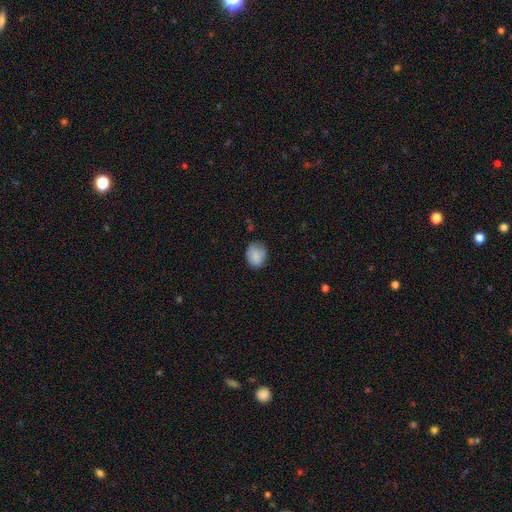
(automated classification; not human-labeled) A smooth galaxy with no disk features (84%) that is round (50%).

Vote fractions:
- Smooth or featured? smooth: 84% / featured or disk: 9% / star or artifact: 7%
- How rounded? round: 50% / in between: 49% / cigar-shaped: 1%
- Merging? none: 70% / minor disturbance: 24% / major disturbance: 5% / merger: 1%